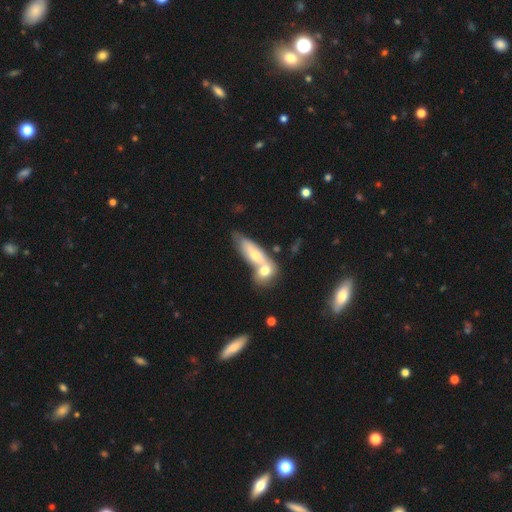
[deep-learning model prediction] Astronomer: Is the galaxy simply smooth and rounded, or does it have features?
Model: smooth — 58% (runner-up: featured or disk, 35%).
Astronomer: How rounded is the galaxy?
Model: in between — 56% (runner-up: cigar-shaped, 39%).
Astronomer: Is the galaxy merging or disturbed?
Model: merger — 60%.